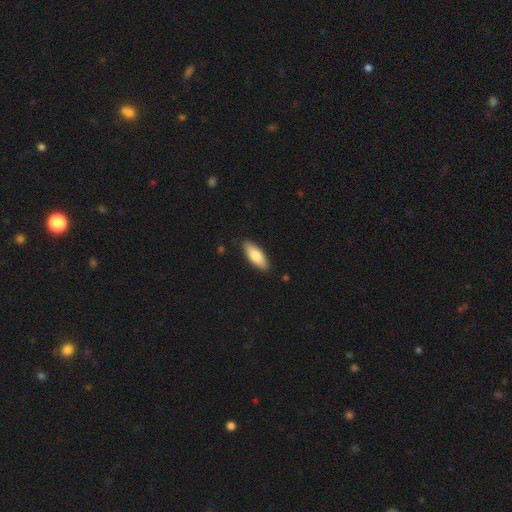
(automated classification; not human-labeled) Smooth or featured?
  - smooth: 78% *
  - featured or disk: 16%
  - star or artifact: 6%
How rounded?
  - in between: 73% *
  - cigar-shaped: 25%
  - round: 2%
Merging?
  - none: 87% *
  - minor disturbance: 10%
  - major disturbance: 2%
  - merger: 1%